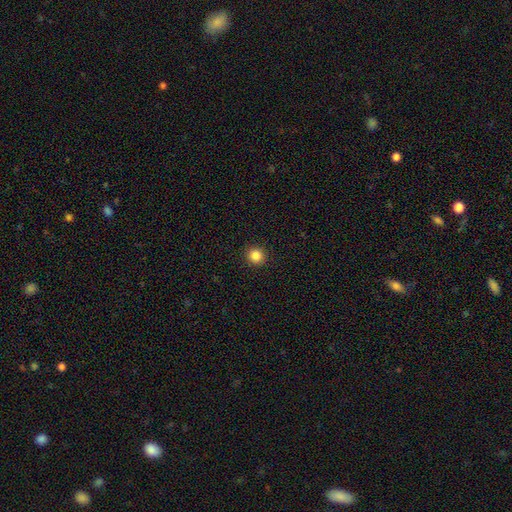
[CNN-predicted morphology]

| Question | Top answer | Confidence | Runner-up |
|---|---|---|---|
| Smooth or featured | smooth | 86% | star or artifact (11%) |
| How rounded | round | 92% | in between (7%) |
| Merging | none | 93% | minor disturbance (5%) |